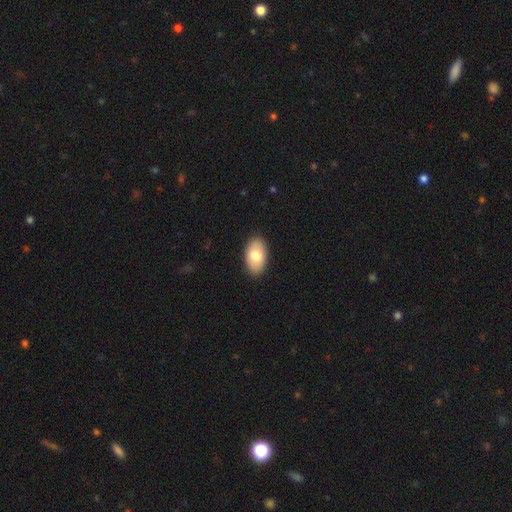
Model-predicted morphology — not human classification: smooth 76%, featured or disk 18%, star or artifact 6%. Down the decision tree: how rounded — in between (94%); merging — none (88%).